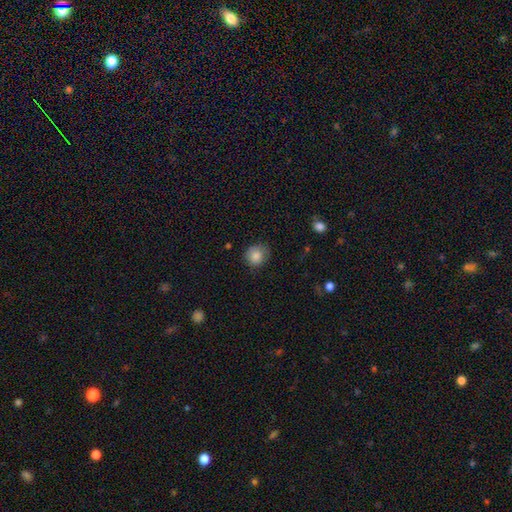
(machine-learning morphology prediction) This is clearly a smooth galaxy (86%). How rounded: likely round (79%). Merging: likely none (74%).